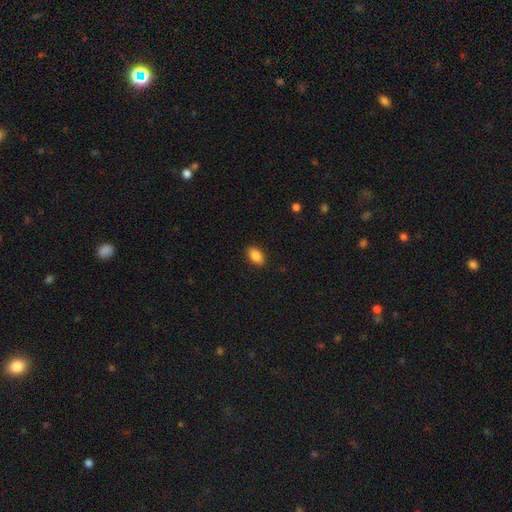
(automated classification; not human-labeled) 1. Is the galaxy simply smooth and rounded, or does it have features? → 88% smooth, 8% star or artifact, 4% featured or disk.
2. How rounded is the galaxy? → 91% in between, 6% round, 3% cigar-shaped.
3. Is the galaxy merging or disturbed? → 89% none, 8% minor disturbance, 2% major disturbance, 1% merger.